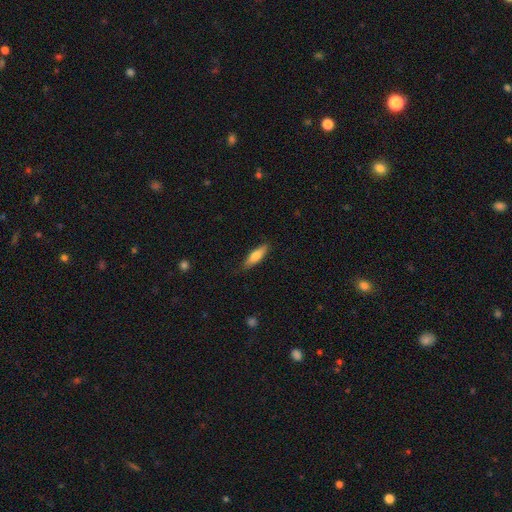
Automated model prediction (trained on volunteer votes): Morphology: type=smooth (73%); roundness=cigar-shaped (62%); merging=none (84%).